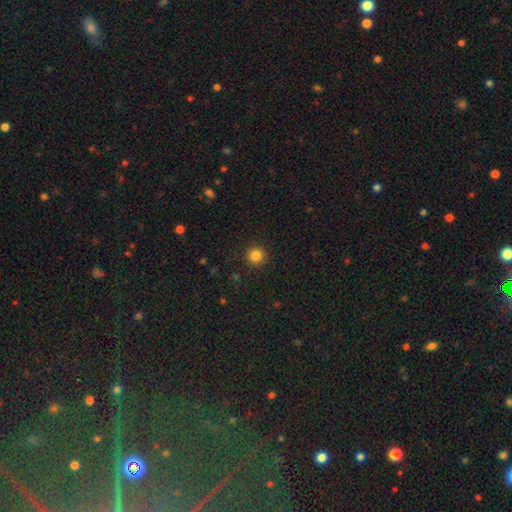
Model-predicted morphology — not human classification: Smooth or featured: smooth — 84% (star or artifact — 12%)
How rounded: round — 95% (in between — 4%)
Merging: none — 92% (minor disturbance — 5%)